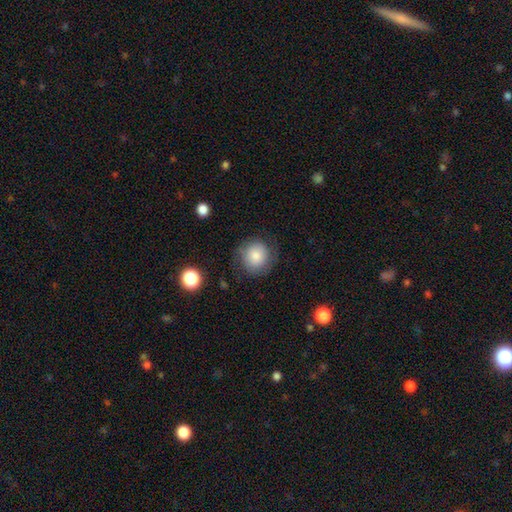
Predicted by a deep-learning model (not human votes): Smooth or featured: smooth — 79% (featured or disk — 12%)
How rounded: round — 89% (in between — 10%)
Merging: none — 77% (minor disturbance — 15%)